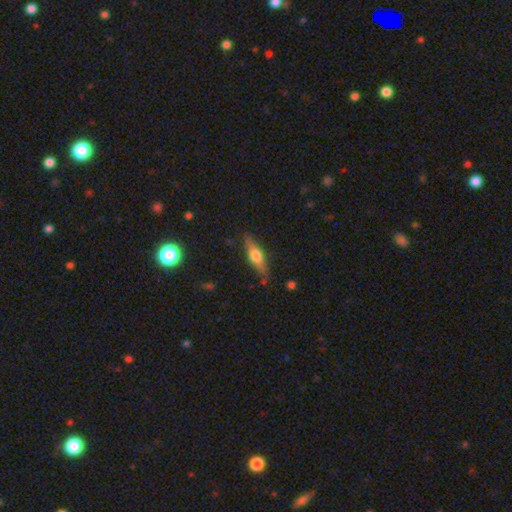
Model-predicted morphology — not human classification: Smooth or featured?
  - featured or disk: 50% *
  - smooth: 43%
  - star or artifact: 7%
Merging?
  - none: 81% *
  - minor disturbance: 14%
  - major disturbance: 3%
  - merger: 2%